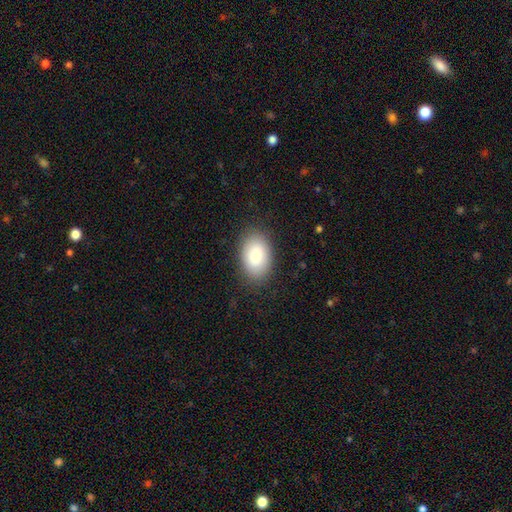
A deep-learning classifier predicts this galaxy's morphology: A smooth galaxy with no disk features (85%) that is in between round and cigar-shaped (89%).

Vote fractions:
- Smooth or featured? smooth: 85% / featured or disk: 8% / star or artifact: 7%
- How rounded? in between: 89% / round: 10% / cigar-shaped: 1%
- Merging? none: 85% / minor disturbance: 11% / major disturbance: 3% / merger: 1%